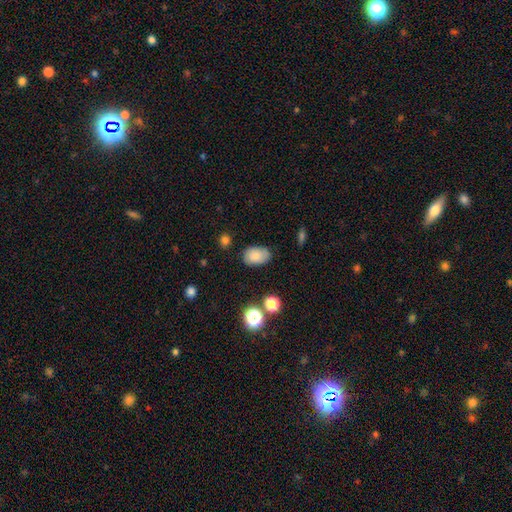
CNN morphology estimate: The model was most divided on "merging": none: 75%, minor disturbance: 19%, major disturbance: 4%, merger: 2%. More confident: how rounded — in between (87%); smooth or featured — smooth (82%).